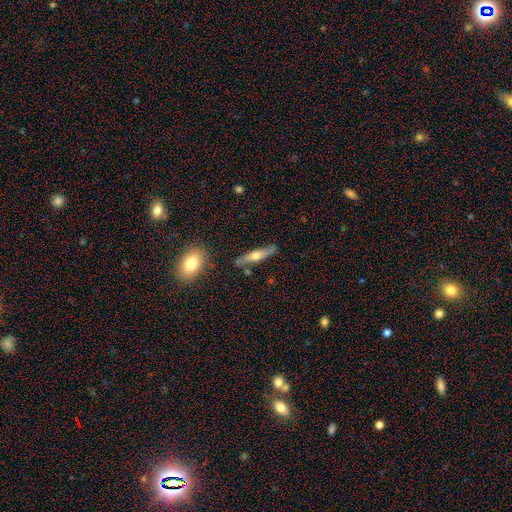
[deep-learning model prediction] Morphology: type=featured or disk (50%); merging=none (79%).